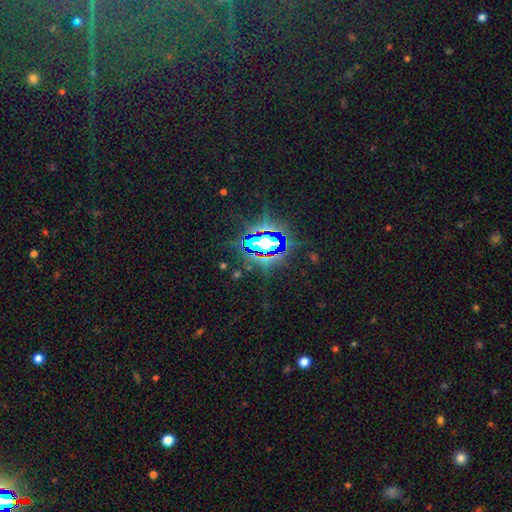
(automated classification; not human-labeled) This is clearly a star or artifact rather than a galaxy (82%).